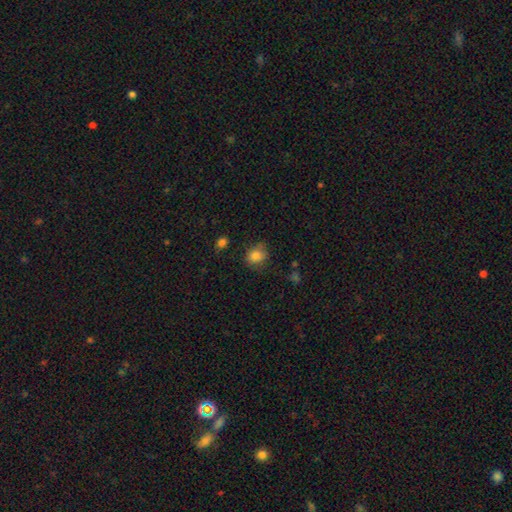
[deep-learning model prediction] Smooth or featured?
  - smooth: 83% *
  - star or artifact: 10%
  - featured or disk: 7%
How rounded?
  - round: 64% *
  - in between: 35%
  - cigar-shaped: 1%
Merging?
  - none: 69% *
  - minor disturbance: 22%
  - major disturbance: 6%
  - merger: 2%